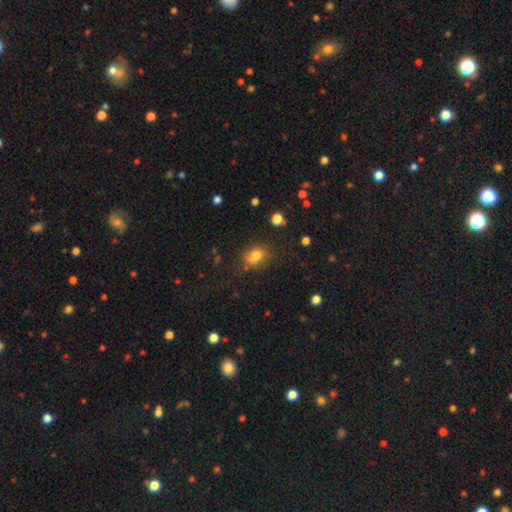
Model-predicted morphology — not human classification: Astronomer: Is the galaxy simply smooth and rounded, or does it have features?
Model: smooth — 78%.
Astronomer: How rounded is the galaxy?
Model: in between — 50% (runner-up: round, 49%).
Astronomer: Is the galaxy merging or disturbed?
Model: none — 71%.